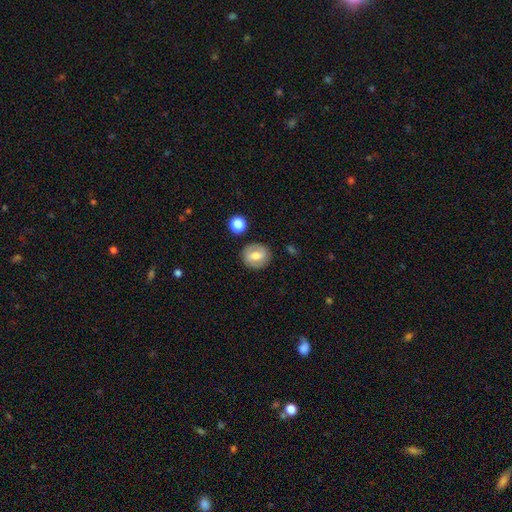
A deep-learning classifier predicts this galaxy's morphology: type=smooth (49%); merging=none (84%).